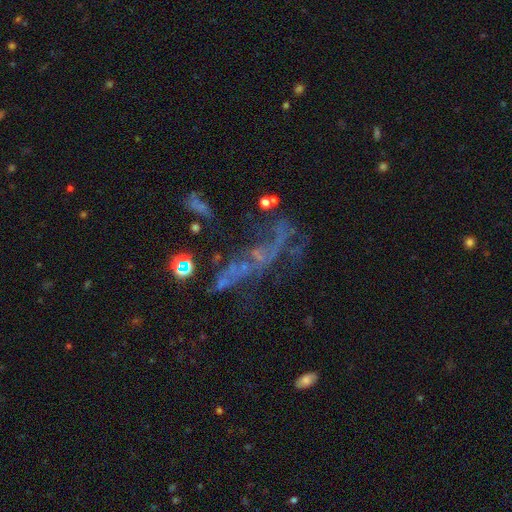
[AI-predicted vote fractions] Smooth or featured? featured or disk (51%)
Edge-on disk? no (81%)
Merging? major disturbance (35%, tied with none)